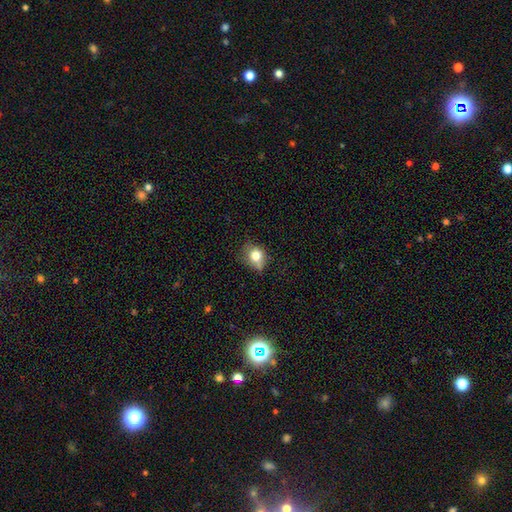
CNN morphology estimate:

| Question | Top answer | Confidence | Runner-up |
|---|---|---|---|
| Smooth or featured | smooth | 76% | featured or disk (12%) |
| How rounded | round | 65% | in between (34%) |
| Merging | none | 59% | minor disturbance (30%) |